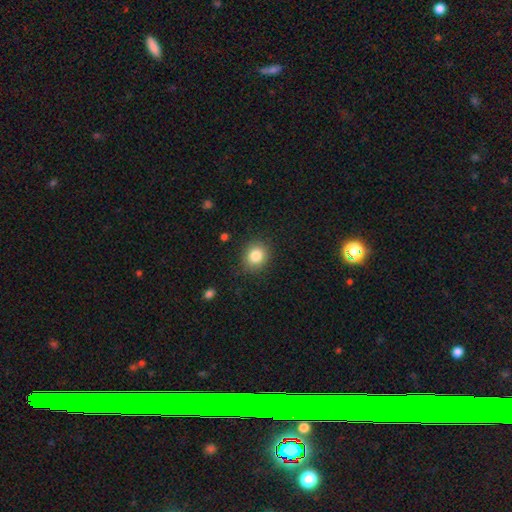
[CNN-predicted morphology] A smooth galaxy with no disk features (84%) that is round (76%). Merging: none (86%).